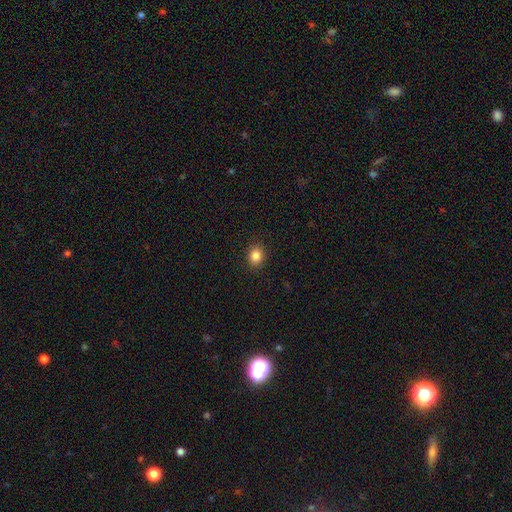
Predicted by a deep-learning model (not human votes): smooth_or_featured: smooth (p=0.85) [alt: star or artifact p=0.10]
how_rounded: round (p=0.62) [alt: in between p=0.37]
merging: none (p=0.90) [alt: minor disturbance p=0.07]